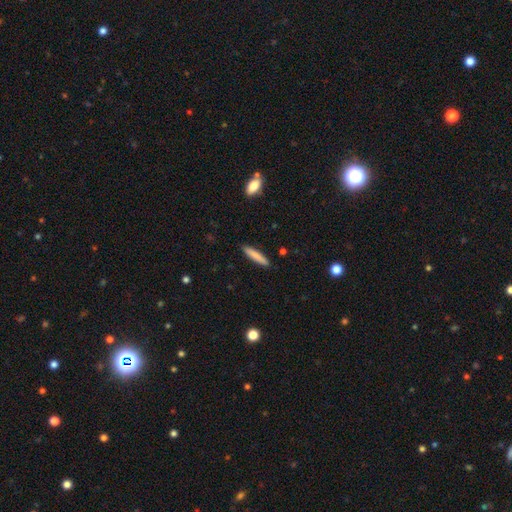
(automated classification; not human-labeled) smooth-or-featured: smooth: 83% | featured or disk: 11% | star or artifact: 6%
  how-rounded: cigar-shaped: 90% | in between: 9% | round: 1%
  merging: none: 91% | minor disturbance: 6% | major disturbance: 1% | merger: 1%